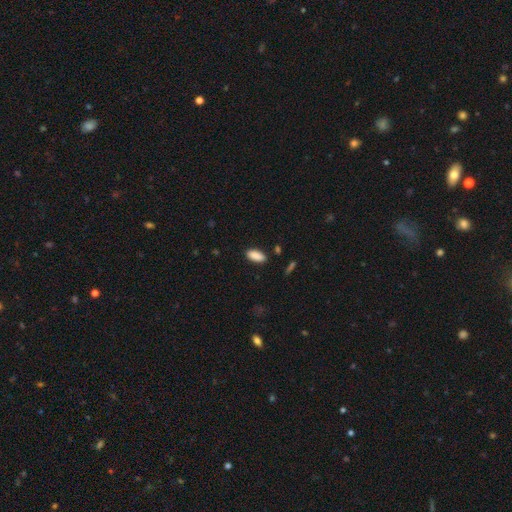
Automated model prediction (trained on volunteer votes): Morphology: type=smooth (90%); roundness=in between (88%); merging=none (86%).